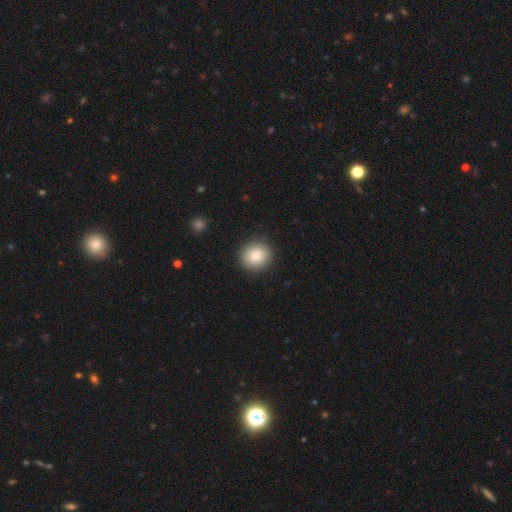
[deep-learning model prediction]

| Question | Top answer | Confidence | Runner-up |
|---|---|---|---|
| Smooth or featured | smooth | 86% | star or artifact (8%) |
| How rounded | round | 86% | in between (13%) |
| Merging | none | 89% | minor disturbance (7%) |